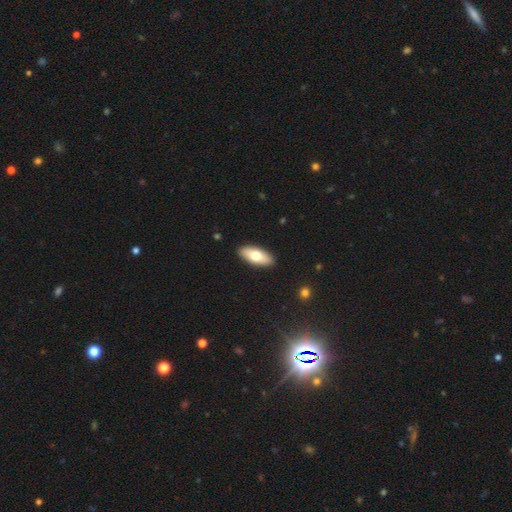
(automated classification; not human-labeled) The model was most divided on "smooth or featured": smooth: 71%, featured or disk: 23%, star or artifact: 6%. More confident: merging — none (90%); how rounded — in between (84%).